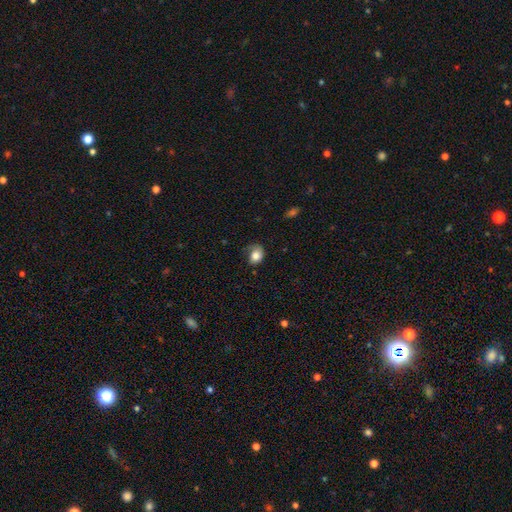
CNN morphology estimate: Overall: smooth (77%). How rounded: in between (54%; round 45%). Merging: none (47%; minor disturbance 33%).